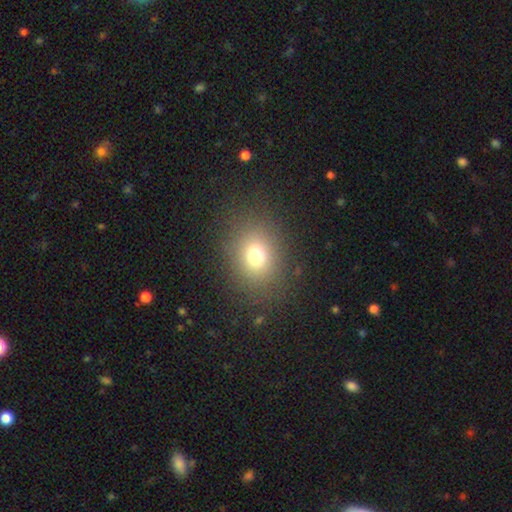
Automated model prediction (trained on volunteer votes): smooth 74%, star or artifact 16%, featured or disk 10%. Down the decision tree: how rounded — round (53%); merging — none (84%).